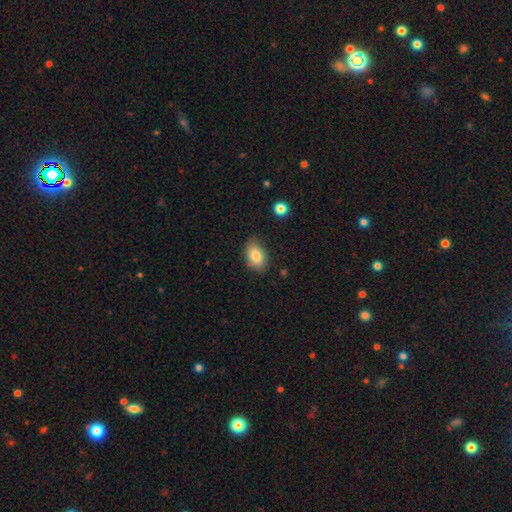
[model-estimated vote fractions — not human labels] A smooth galaxy with no disk features (84%) that is in between round and cigar-shaped (89%). Merging: none (80%).